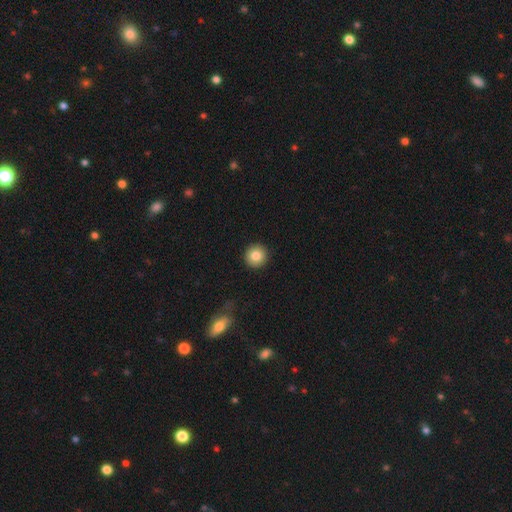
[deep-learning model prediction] This appears to be a smooth galaxy with no disk features (83%) that is round (94%). Merging: none (92%).